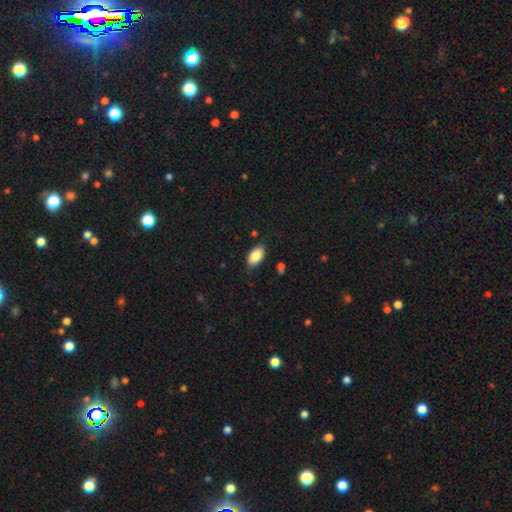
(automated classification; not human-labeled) Overall: smooth (87%). How rounded: in between (94%). Merging: none (82%).